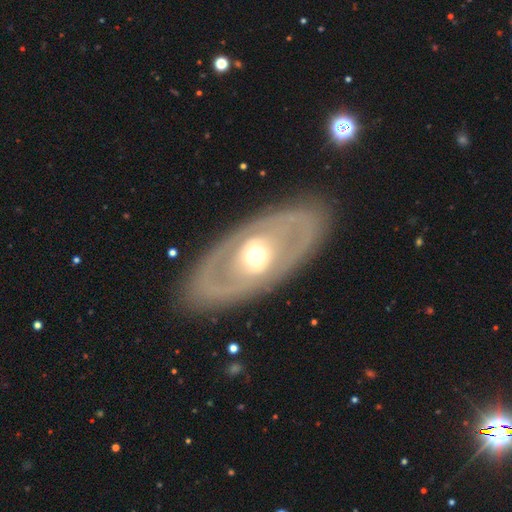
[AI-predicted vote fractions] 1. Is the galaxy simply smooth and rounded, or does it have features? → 71% featured or disk, 24% smooth, 5% star or artifact.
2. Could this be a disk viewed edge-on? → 88% no, 12% yes.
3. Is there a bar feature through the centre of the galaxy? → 72% no, 19% weak, 9% strong.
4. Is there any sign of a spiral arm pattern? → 73% no, 27% yes.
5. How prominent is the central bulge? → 69% moderate, 16% large, 12% small, 2% dominant, 1% none.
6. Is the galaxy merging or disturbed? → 84% none, 10% minor disturbance, 5% major disturbance, 1% merger.